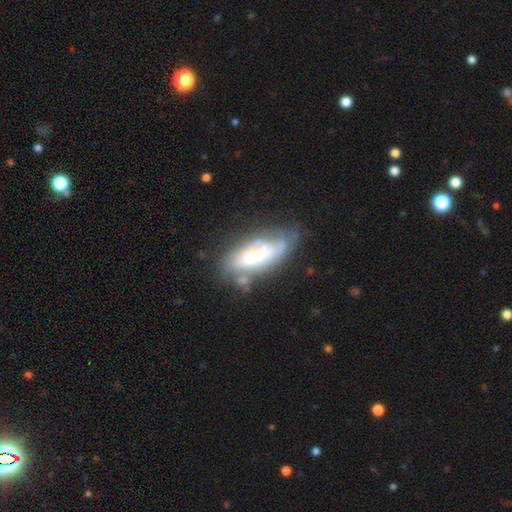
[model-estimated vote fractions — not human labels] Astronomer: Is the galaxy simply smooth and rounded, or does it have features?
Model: featured or disk — 55% (runner-up: smooth, 37%).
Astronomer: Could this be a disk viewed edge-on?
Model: no — 82%.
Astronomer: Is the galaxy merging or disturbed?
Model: none — 49% (runner-up: minor disturbance, 26%).